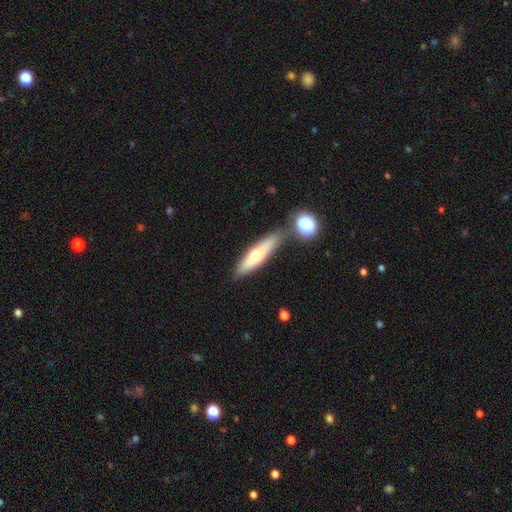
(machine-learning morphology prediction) Smooth or featured: smooth — 59% (featured or disk — 35%)
How rounded: cigar-shaped — 66% (in between — 32%)
Merging: none — 60% (merger — 23%)